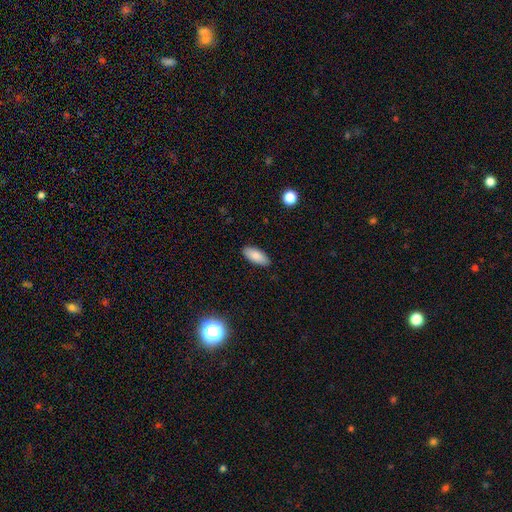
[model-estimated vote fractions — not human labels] A smooth galaxy with no disk features (86%) that is in between round and cigar-shaped (85%).

Vote fractions:
- Smooth or featured? smooth: 86% / star or artifact: 7% / featured or disk: 7%
- How rounded? in between: 85% / cigar-shaped: 13% / round: 2%
- Merging? none: 88% / minor disturbance: 9% / major disturbance: 2% / merger: 1%